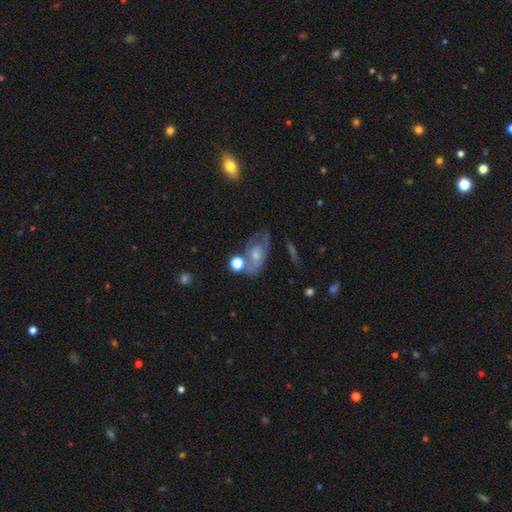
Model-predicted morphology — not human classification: Q: Smooth or featured?
A: featured or disk (50%); runner-up: smooth (38%)
Q: Edge-on disk?
A: no (92%); runner-up: yes (8%)
Q: Merging?
A: none (40%); runner-up: minor disturbance (23%)